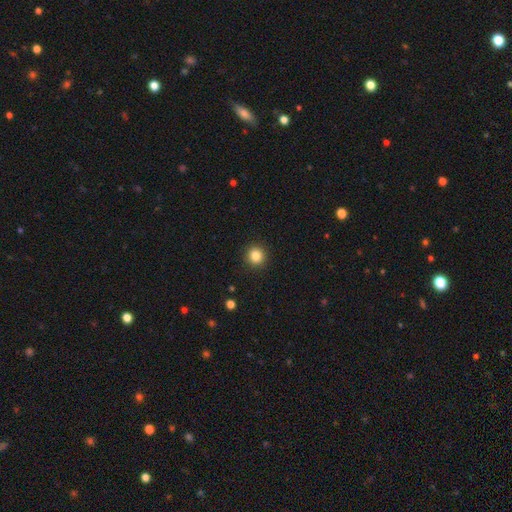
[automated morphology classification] Smooth or featured: smooth — 84% (star or artifact — 11%)
How rounded: round — 94% (in between — 5%)
Merging: none — 92% (minor disturbance — 5%)